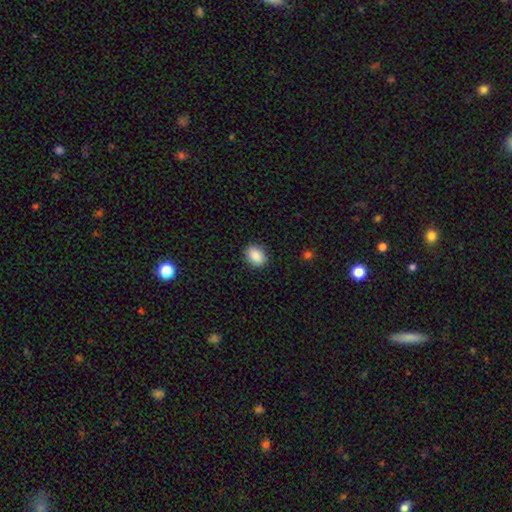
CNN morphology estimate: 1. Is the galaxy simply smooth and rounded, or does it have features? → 89% smooth, 8% star or artifact, 4% featured or disk.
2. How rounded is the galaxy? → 71% in between, 28% round, 1% cigar-shaped.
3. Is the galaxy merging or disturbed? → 89% none, 8% minor disturbance, 2% major disturbance, 1% merger.